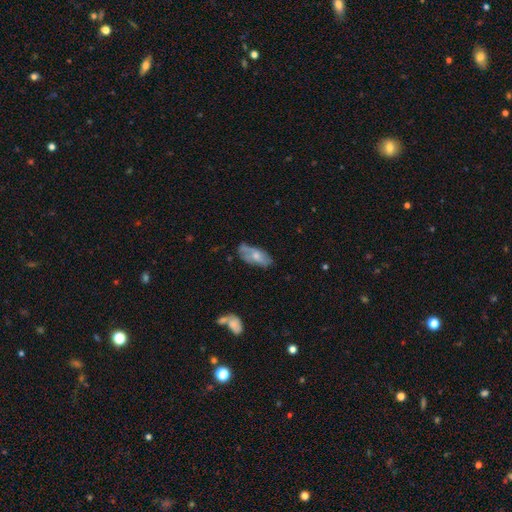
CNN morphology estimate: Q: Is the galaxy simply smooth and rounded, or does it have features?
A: smooth — 50%.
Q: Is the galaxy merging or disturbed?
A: none — 51%.